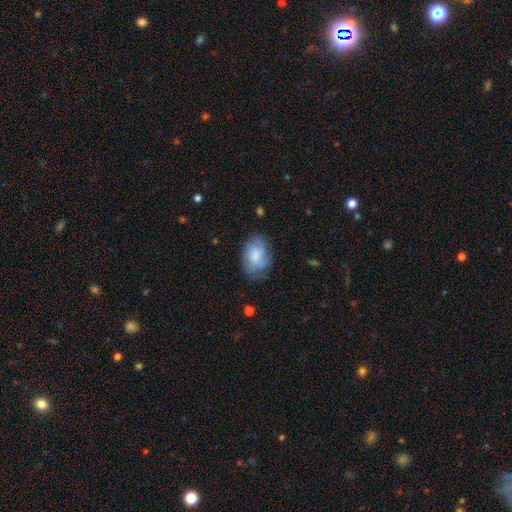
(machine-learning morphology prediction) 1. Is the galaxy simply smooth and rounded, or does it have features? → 74% smooth, 19% featured or disk, 7% star or artifact.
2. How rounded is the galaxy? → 82% in between, 16% round, 1% cigar-shaped.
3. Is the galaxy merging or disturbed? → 59% none, 28% minor disturbance, 10% major disturbance, 2% merger.